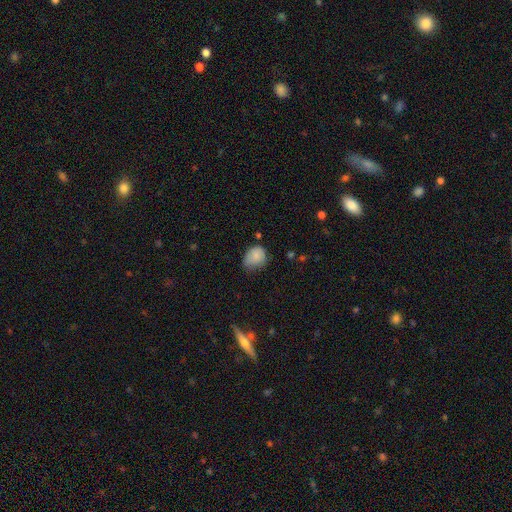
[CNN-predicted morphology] Smooth or featured: smooth — 82% (featured or disk — 9%)
How rounded: round — 55% (in between — 44%)
Merging: none — 47% (minor disturbance — 40%)